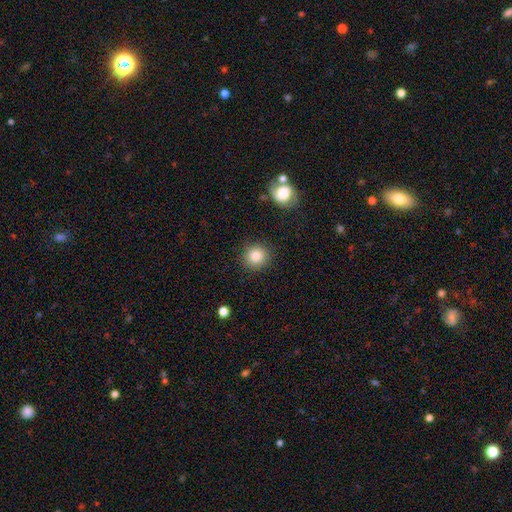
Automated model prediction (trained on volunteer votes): Smooth or featured? Predicted: smooth (p=0.84). How rounded? Predicted: round (p=0.91). Merging? Predicted: none (p=0.88).